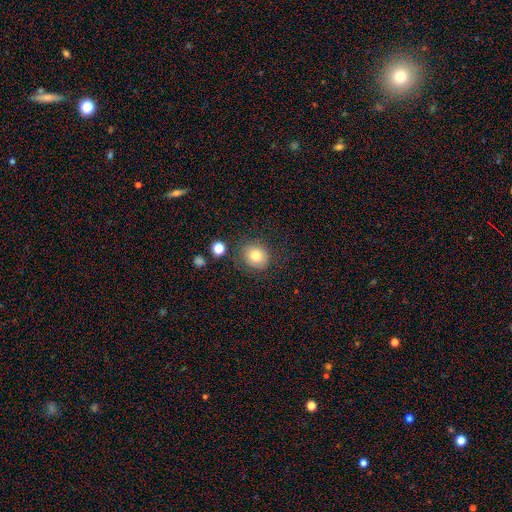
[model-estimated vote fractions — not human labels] The model was most divided on "how rounded": round: 77%, in between: 22%, cigar-shaped: 1%. More confident: merging — none (79%); smooth or featured — smooth (77%).